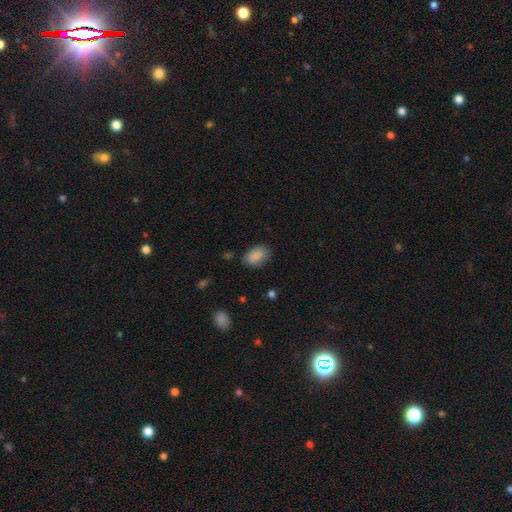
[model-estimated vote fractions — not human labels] A smooth galaxy with no disk features (87%) that is in between round and cigar-shaped (90%).

Vote fractions:
- Smooth or featured? smooth: 87% / star or artifact: 7% / featured or disk: 6%
- How rounded? in between: 90% / round: 8% / cigar-shaped: 2%
- Merging? none: 75% / minor disturbance: 19% / major disturbance: 4% / merger: 2%